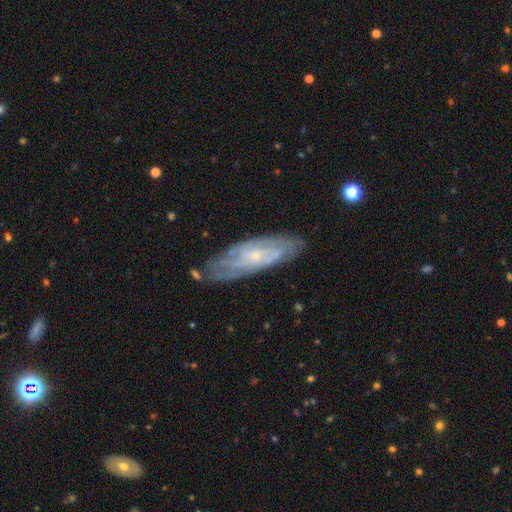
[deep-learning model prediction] Smooth or featured?
  - featured or disk: 77% *
  - smooth: 16%
  - star or artifact: 7%
Edge-on disk?
  - no: 83% *
  - yes: 17%
Bar?
  - no: 70% *
  - weak: 25%
  - strong: 5%
Spiral arms?
  - yes: 91% *
  - no: 9%
Spiral winding?
  - tight: 66% *
  - medium: 27%
  - loose: 7%
Spiral arm count?
  - can't tell: 51% *
  - 2: 16%
  - 3: 12%
  - 4: 12%
  - more than 4: 5%
  - 1: 4%
Bulge size?
  - small: 77% *
  - moderate: 17%
  - none: 4%
  - large: 1%
  - dominant: 1%
Merging?
  - none: 75% *
  - minor disturbance: 18%
  - major disturbance: 5%
  - merger: 2%